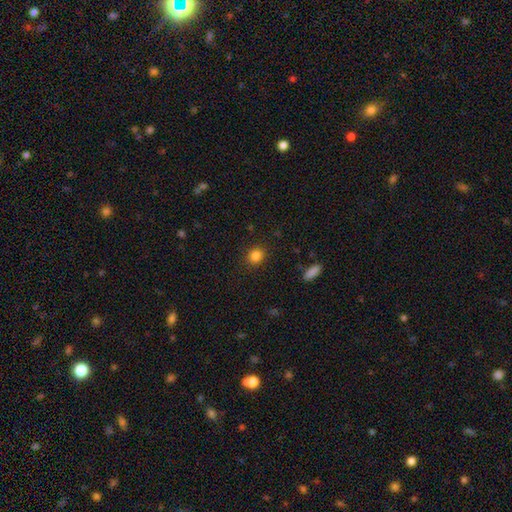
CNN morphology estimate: This is clearly a smooth galaxy (84%). How rounded: likely round (78%). Merging: clearly none (89%).